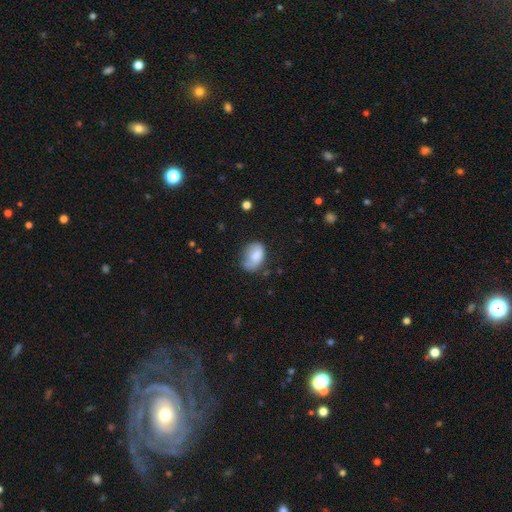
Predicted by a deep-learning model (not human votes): Morphology: type=smooth (74%); roundness=in between (82%); merging=none (44%).